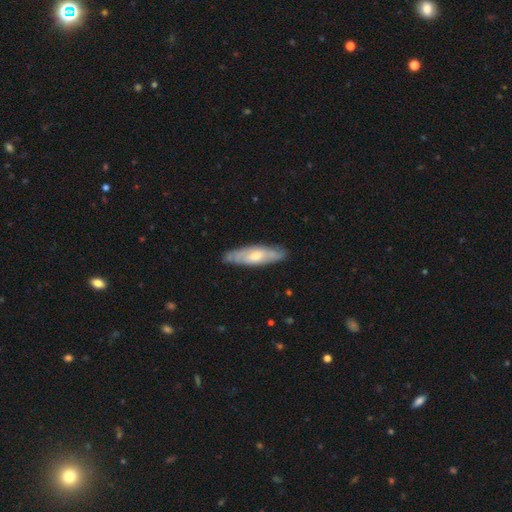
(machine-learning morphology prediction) smooth_or_featured: featured or disk (p=0.53) [alt: smooth p=0.41]
disk_edge_on: no (p=0.56) [alt: yes p=0.44]
merging: none (p=0.83) [alt: minor disturbance p=0.13]